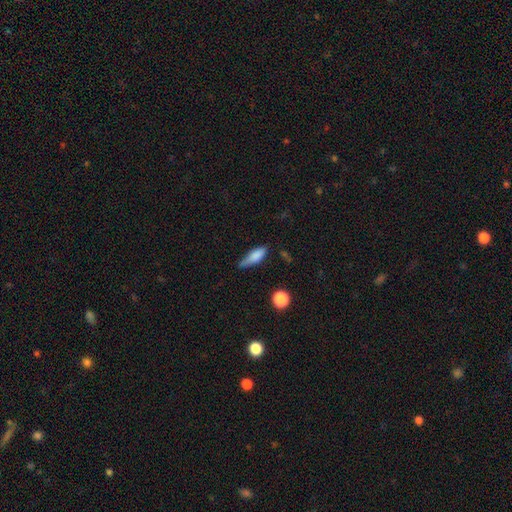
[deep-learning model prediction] smooth 77%, featured or disk 15%, star or artifact 8%. Down the decision tree: how rounded — in between (55%); merging — none (46%).